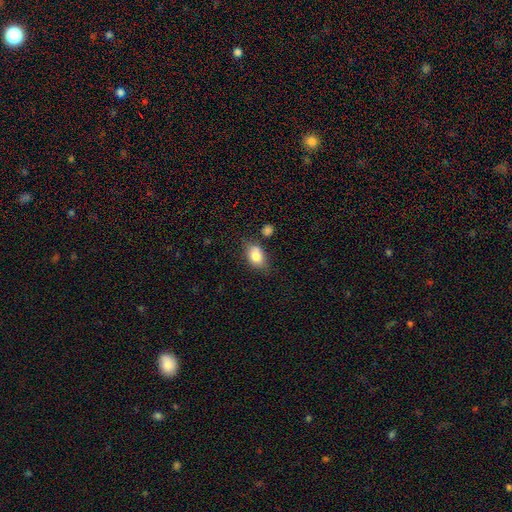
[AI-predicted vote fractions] smooth 81%, featured or disk 11%, star or artifact 8%. Down the decision tree: how rounded — in between (83%); merging — none (67%).